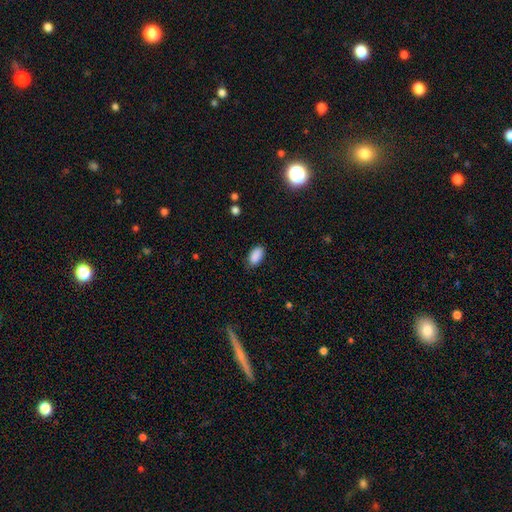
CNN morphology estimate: A smooth galaxy with no disk features (89%) that is in between round and cigar-shaped (94%). Merging: none (80%).